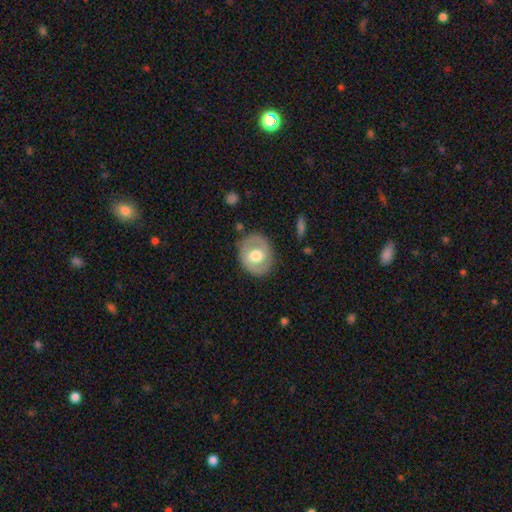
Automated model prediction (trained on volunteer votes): This is possibly a smooth galaxy (48%). Merging: clearly none (81%).